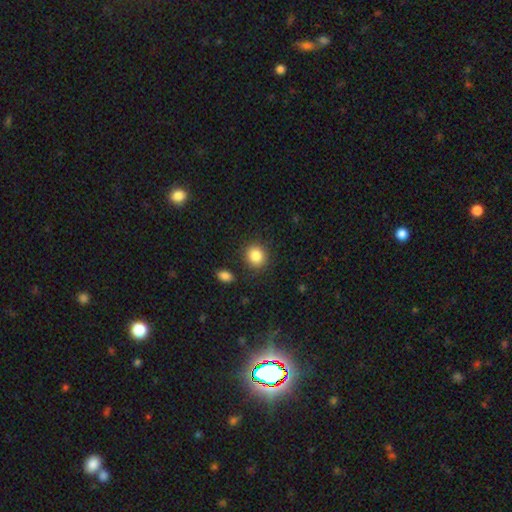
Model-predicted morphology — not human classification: This appears to be a smooth galaxy with no disk features (86%) that is round (77%). Merging: none (84%).